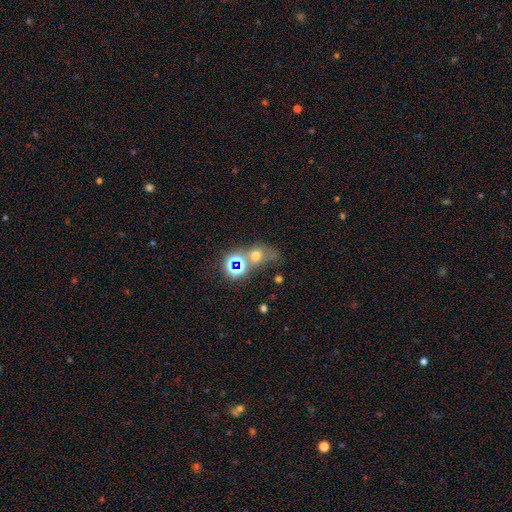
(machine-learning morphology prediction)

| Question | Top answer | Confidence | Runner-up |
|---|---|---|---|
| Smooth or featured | smooth | 50% | star or artifact (34%) |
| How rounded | in between | 52% | round (46%) |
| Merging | none | 42% | merger (30%) |